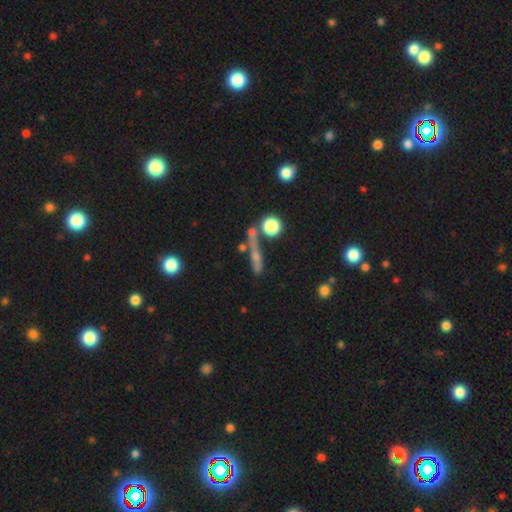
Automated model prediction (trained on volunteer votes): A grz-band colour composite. It shows a featured or disk galaxy (42%). Merging: none (57%).